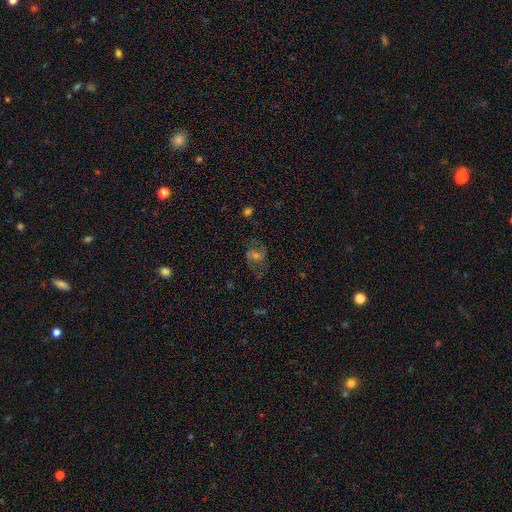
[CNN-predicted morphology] smooth_or_featured: featured or disk (p=0.61) [alt: star or artifact p=0.21]
disk_edge_on: no (p=0.96) [alt: yes p=0.04]
bar: weak (p=0.45) [alt: no p=0.40]
has_spiral_arms: yes (p=0.86) [alt: no p=0.14]
spiral_winding: medium (p=0.52) [alt: loose p=0.25]
spiral_arm_count: 2 (p=0.78) [alt: can't tell p=0.12]
bulge_size: moderate (p=0.48) [alt: small p=0.38]
merging: none (p=0.74) [alt: minor disturbance p=0.13]